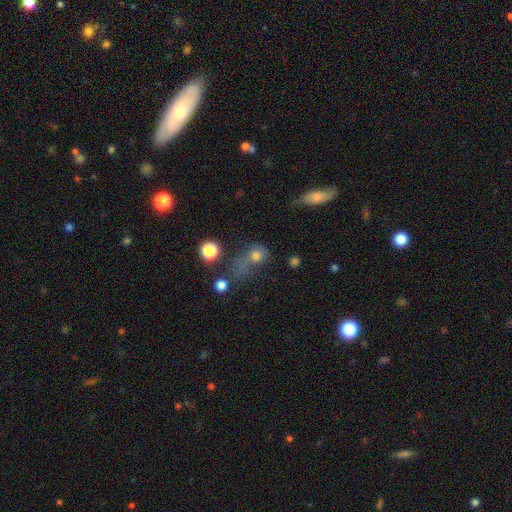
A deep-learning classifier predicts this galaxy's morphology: smooth 48%, star or artifact 32%, featured or disk 20%. Down the decision tree: merging — none (40%).